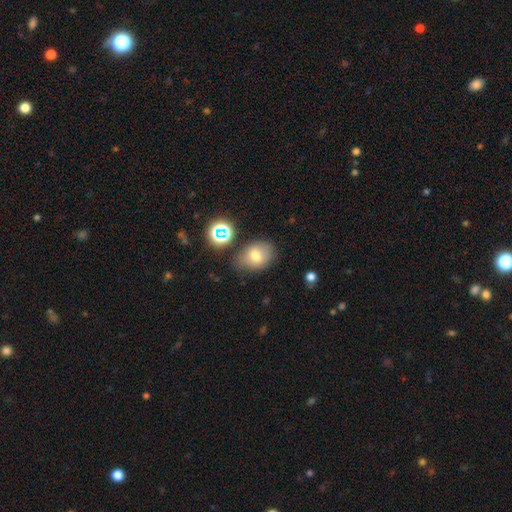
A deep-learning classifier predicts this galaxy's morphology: A smooth galaxy with no disk features (71%) that is in between round and cigar-shaped (62%).

Vote fractions:
- Smooth or featured? smooth: 71% / featured or disk: 16% / star or artifact: 13%
- How rounded? in between: 62% / round: 37% / cigar-shaped: 1%
- Merging? none: 70% / minor disturbance: 19% / merger: 5% / major disturbance: 5%